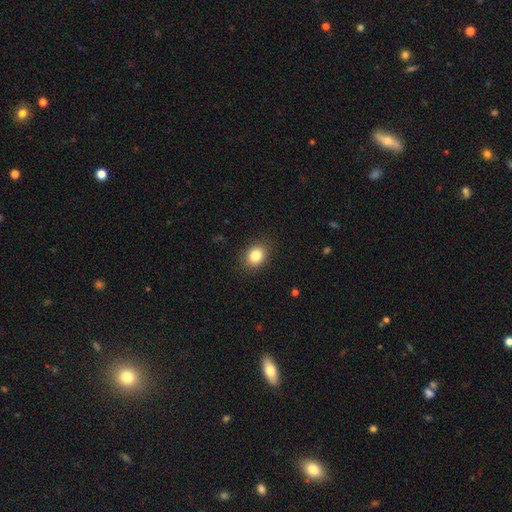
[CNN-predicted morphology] smooth_or_featured: smooth (p=0.83) [alt: star or artifact p=0.10]
how_rounded: round (p=0.52) [alt: in between p=0.47]
merging: none (p=0.86) [alt: minor disturbance p=0.10]